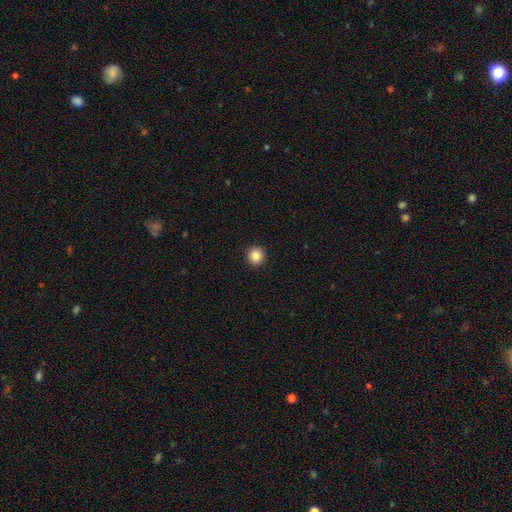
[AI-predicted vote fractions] Smooth or featured: smooth — 86% (star or artifact — 10%)
How rounded: round — 95% (in between — 4%)
Merging: none — 93% (minor disturbance — 4%)